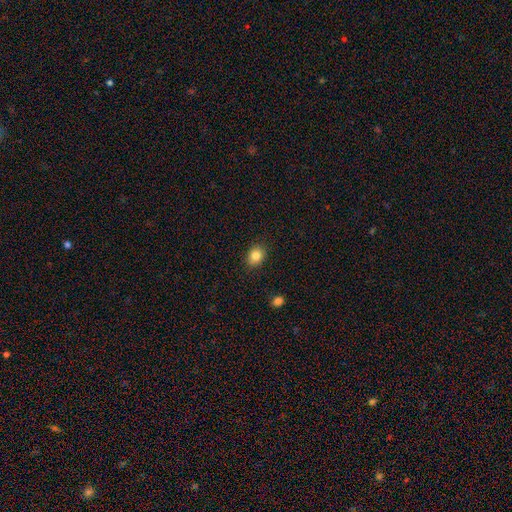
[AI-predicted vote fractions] This is clearly a smooth galaxy (83%). How rounded: possibly round (55%). Merging: clearly none (87%).